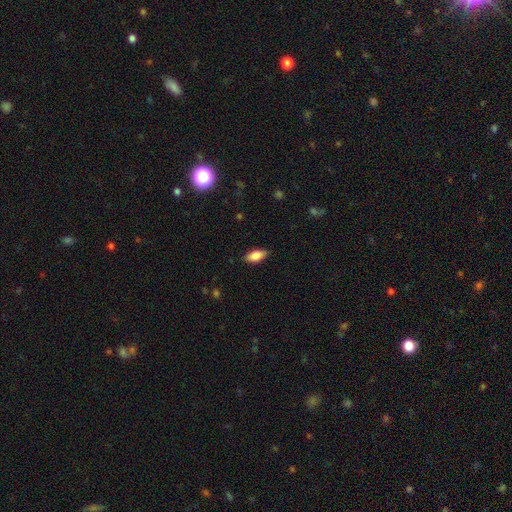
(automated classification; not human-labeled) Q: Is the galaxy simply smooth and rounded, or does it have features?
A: smooth — 84%.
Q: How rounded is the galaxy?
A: in between — 88%.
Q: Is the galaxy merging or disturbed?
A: none — 85%.